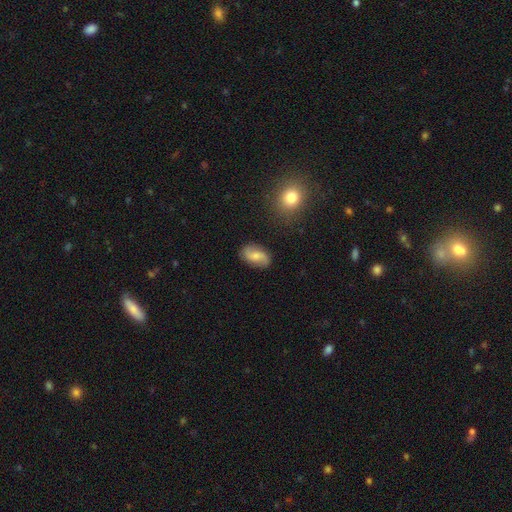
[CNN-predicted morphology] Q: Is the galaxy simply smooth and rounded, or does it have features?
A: featured or disk — 47%.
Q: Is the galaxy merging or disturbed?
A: none — 82%.